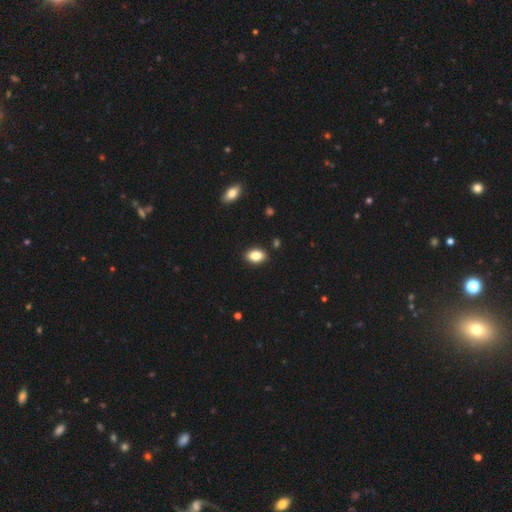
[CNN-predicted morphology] smooth 85%, star or artifact 8%, featured or disk 7%. Down the decision tree: how rounded — in between (88%); merging — none (89%).